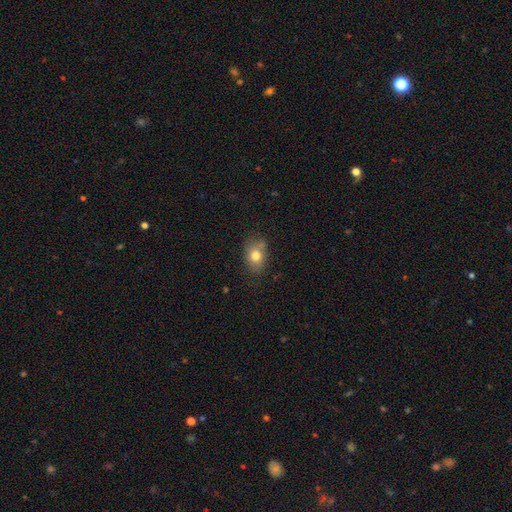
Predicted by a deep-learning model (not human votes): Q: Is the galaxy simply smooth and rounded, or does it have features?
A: smooth — 77%.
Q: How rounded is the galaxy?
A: in between — 70%.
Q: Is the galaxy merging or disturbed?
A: none — 67%.